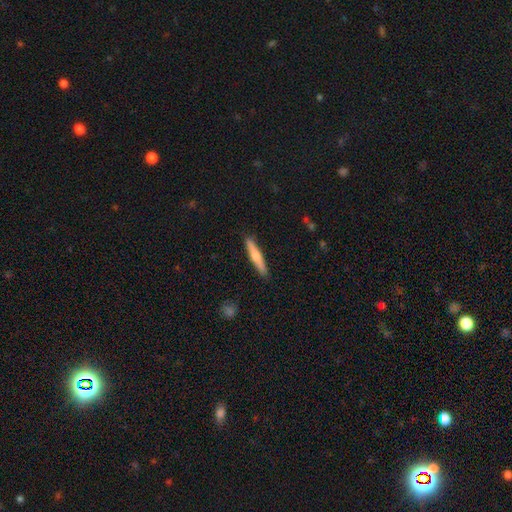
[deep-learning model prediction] Smooth or featured? Predicted: smooth (p=0.55). How rounded? Predicted: cigar-shaped (p=0.92). Merging? Predicted: none (p=0.90).